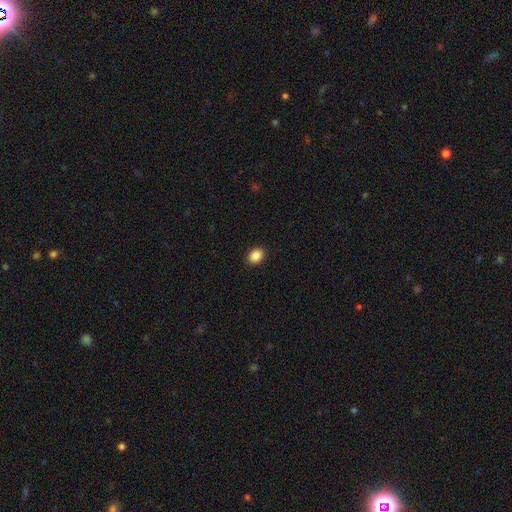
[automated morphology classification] Smooth or featured? smooth (88%)
How rounded? in between (61%)
Merging? none (91%)